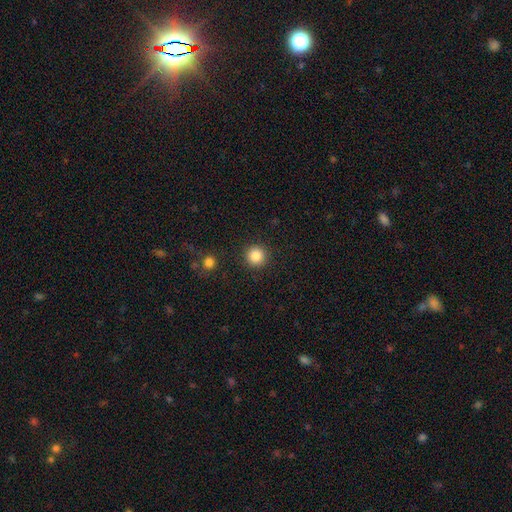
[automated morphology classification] Q: Smooth or featured?
A: smooth (86%); runner-up: star or artifact (10%)
Q: How rounded?
A: round (95%); runner-up: in between (4%)
Q: Merging?
A: none (91%); runner-up: minor disturbance (5%)